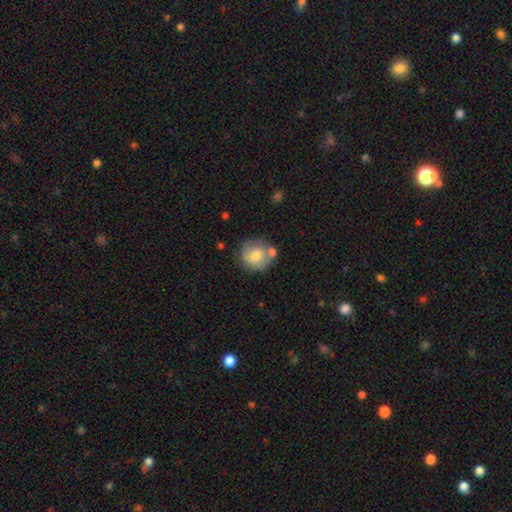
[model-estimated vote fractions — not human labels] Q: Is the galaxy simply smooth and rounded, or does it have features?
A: smooth — 68%.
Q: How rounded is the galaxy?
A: round — 85%.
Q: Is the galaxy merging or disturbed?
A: none — 57%.